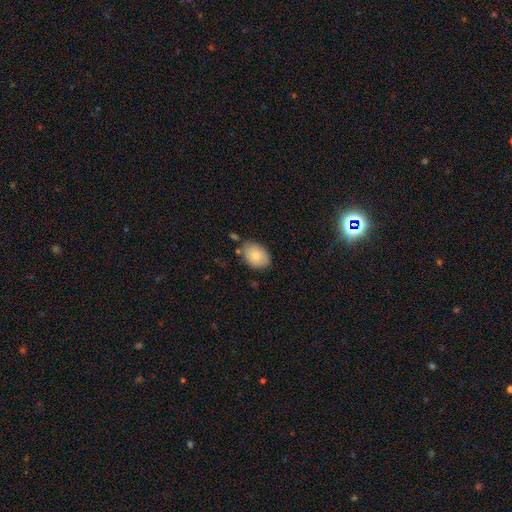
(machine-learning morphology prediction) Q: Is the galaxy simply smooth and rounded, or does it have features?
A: smooth — 80%.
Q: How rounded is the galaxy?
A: in between — 76%.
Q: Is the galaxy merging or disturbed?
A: none — 77%.